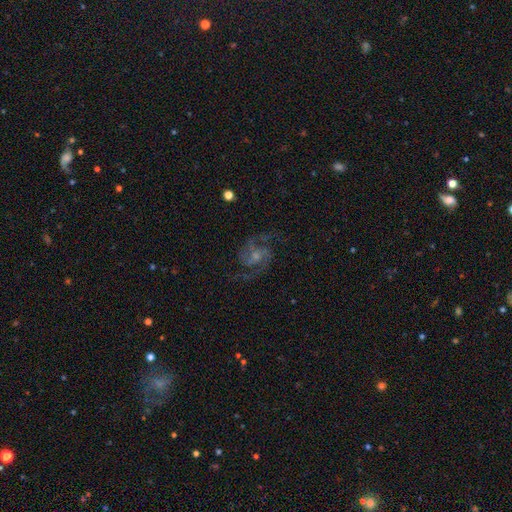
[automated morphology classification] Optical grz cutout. It shows a featured or disk galaxy (86%) with no bar (56%), 2 (77%) medium (58%) spiral arms (97%) and a small central bulge (58%). Merging: none (72%).